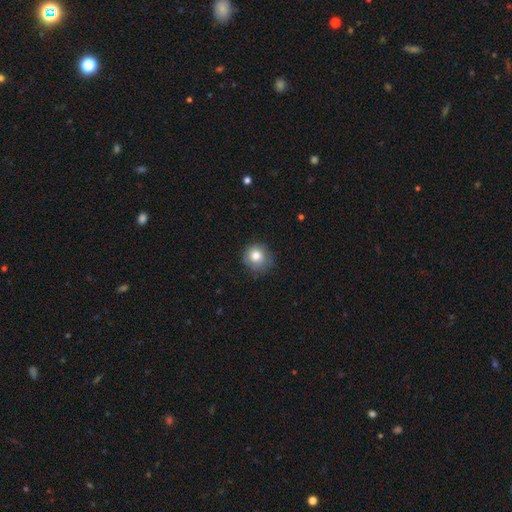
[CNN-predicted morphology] Smooth or featured: smooth — 79% (featured or disk — 11%)
How rounded: round — 88% (in between — 11%)
Merging: none — 73% (minor disturbance — 21%)